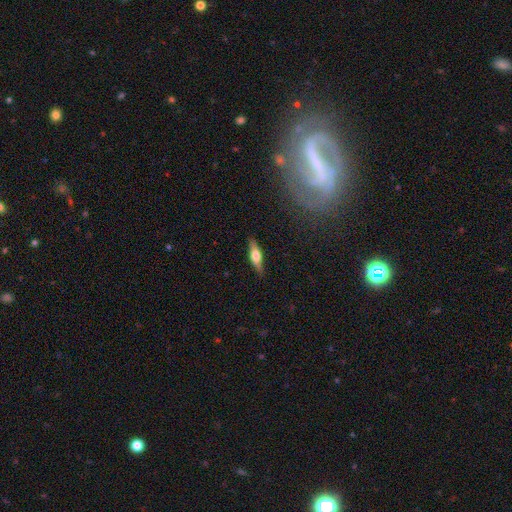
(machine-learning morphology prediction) Smooth or featured?
  - smooth: 47% *
  - featured or disk: 46%
  - star or artifact: 6%
Merging?
  - none: 87% *
  - minor disturbance: 10%
  - major disturbance: 2%
  - merger: 1%